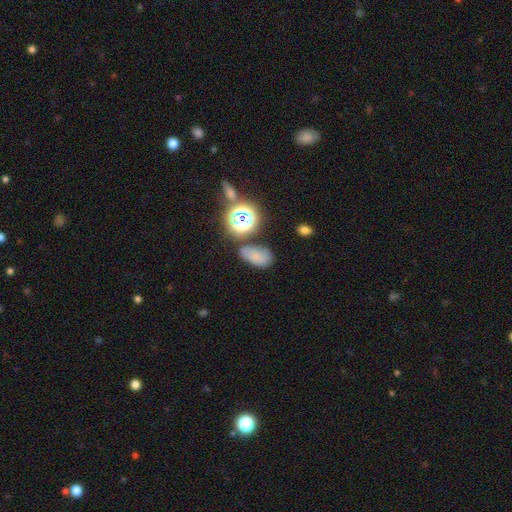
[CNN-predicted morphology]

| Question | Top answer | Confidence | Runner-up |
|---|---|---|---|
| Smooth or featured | smooth | 61% | star or artifact (26%) |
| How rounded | in between | 80% | round (17%) |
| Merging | none | 57% | minor disturbance (21%) |